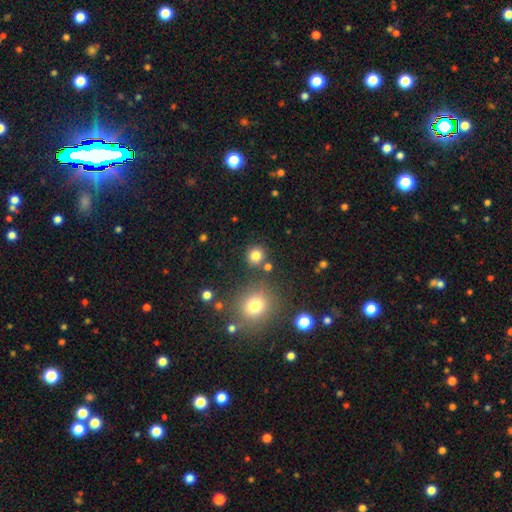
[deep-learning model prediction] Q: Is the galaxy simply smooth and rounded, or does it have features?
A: smooth — 80%.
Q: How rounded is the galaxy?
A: round — 91%.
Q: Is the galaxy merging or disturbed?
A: none — 84%.